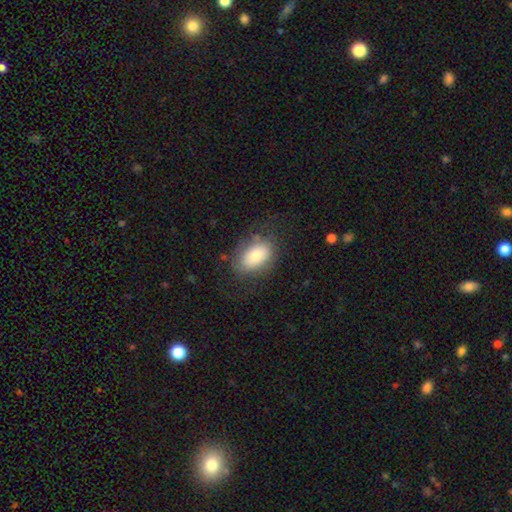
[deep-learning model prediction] This is likely a smooth galaxy (76%). How rounded: clearly in between (87%). Merging: likely none (72%).